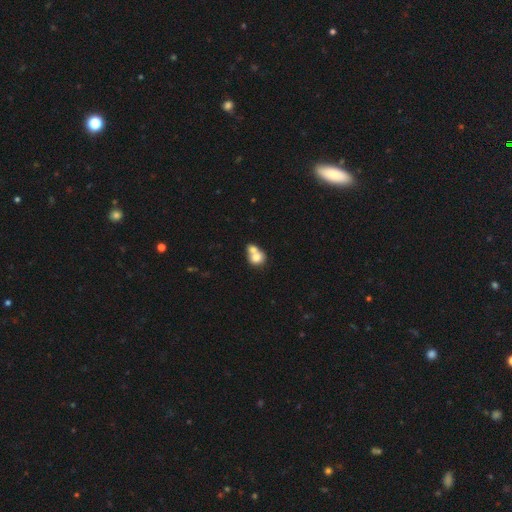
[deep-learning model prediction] A smooth galaxy with no disk features (74%) that is round (64%). Merging: merger (65%).